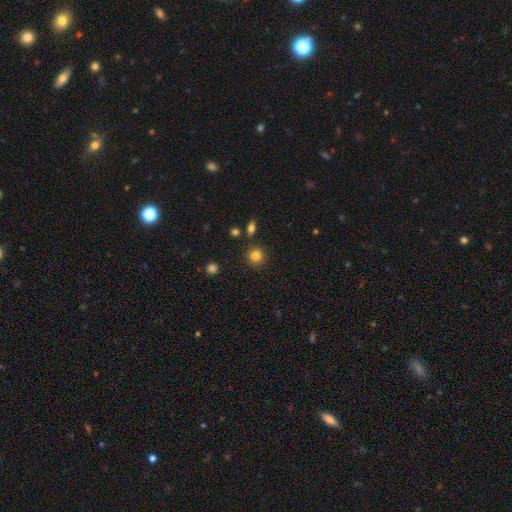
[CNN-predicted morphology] smooth_or_featured: smooth (p=0.83) [alt: star or artifact p=0.11]
how_rounded: round (p=0.91) [alt: in between p=0.08]
merging: none (p=0.87) [alt: minor disturbance p=0.07]